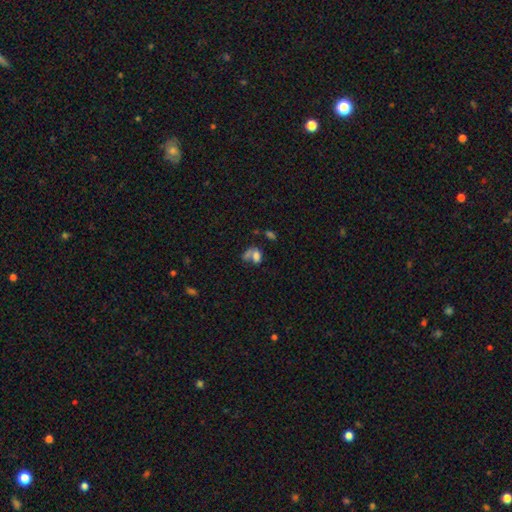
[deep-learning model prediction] A smooth galaxy with no disk features (62%) that is in between round and cigar-shaped (73%). Merging: merger (44%).